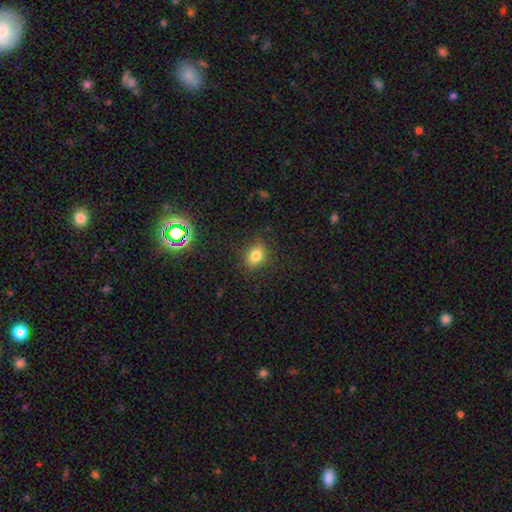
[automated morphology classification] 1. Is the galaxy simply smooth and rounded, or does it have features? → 79% smooth, 14% star or artifact, 7% featured or disk.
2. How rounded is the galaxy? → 61% in between, 38% round, 1% cigar-shaped.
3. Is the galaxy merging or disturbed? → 83% none, 12% minor disturbance, 4% major disturbance, 1% merger.